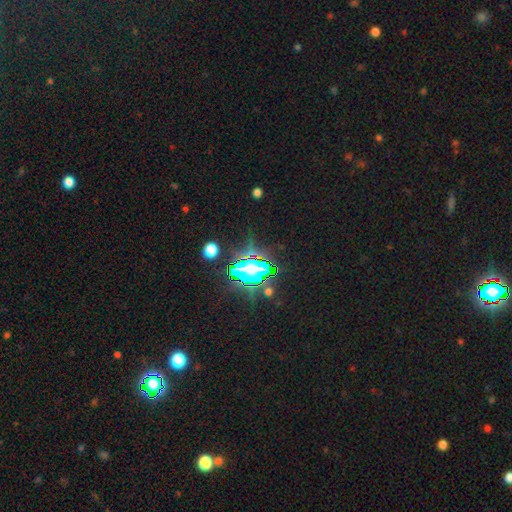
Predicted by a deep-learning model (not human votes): Smooth or featured? Predicted: star or artifact (p=0.78).